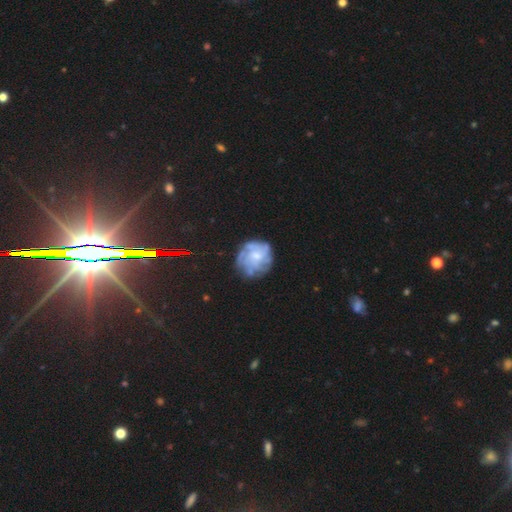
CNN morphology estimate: Smooth or featured?
  - featured or disk: 66% *
  - smooth: 24%
  - star or artifact: 9%
Edge-on disk?
  - no: 98% *
  - yes: 2%
Bar?
  - no: 77% *
  - weak: 20%
  - strong: 3%
Spiral arms?
  - yes: 74% *
  - no: 26%
Bulge size?
  - small: 50% *
  - moderate: 40%
  - none: 6%
  - large: 3%
  - dominant: 1%
Merging?
  - none: 70% *
  - minor disturbance: 19%
  - major disturbance: 9%
  - merger: 3%